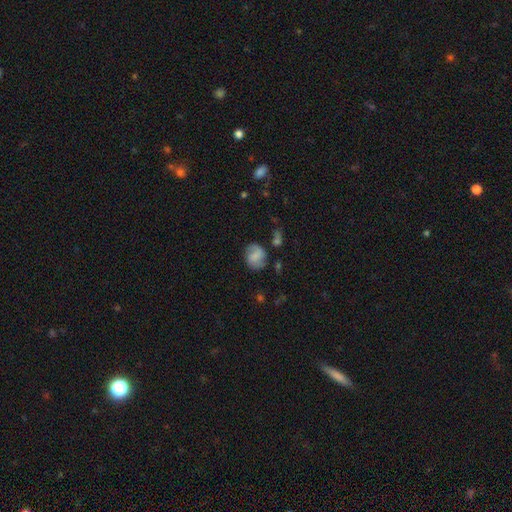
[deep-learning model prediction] This is possibly a smooth galaxy (54%). How rounded: likely round (61%). Merging: likely none (66%).